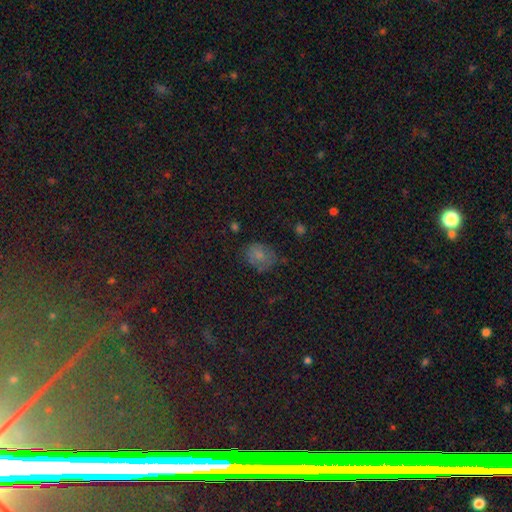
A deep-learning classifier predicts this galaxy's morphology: A smooth galaxy with no disk features (60%) that is round (57%). Merging: none (68%).